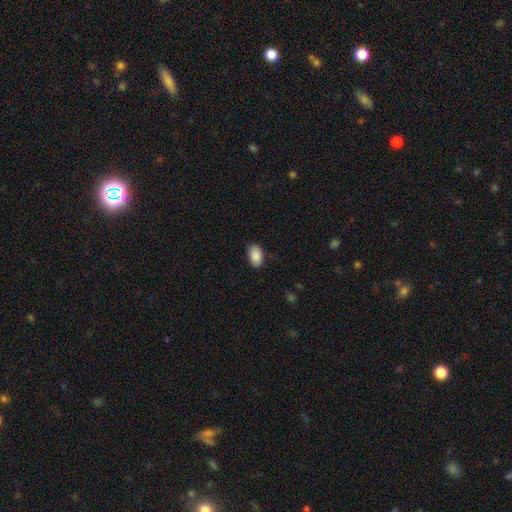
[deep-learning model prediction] A smooth galaxy with no disk features (89%) that is in between round and cigar-shaped (92%). Merging: none (84%).